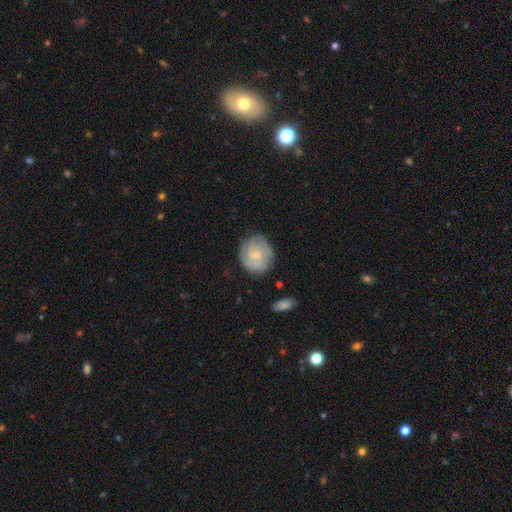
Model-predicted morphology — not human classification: featured or disk 56%, smooth 38%, star or artifact 7%. Down the decision tree: edge-on disk — no (98%); bar — no (66%); spiral arms — yes (86%); bulge size — small (67%); merging — none (78%).